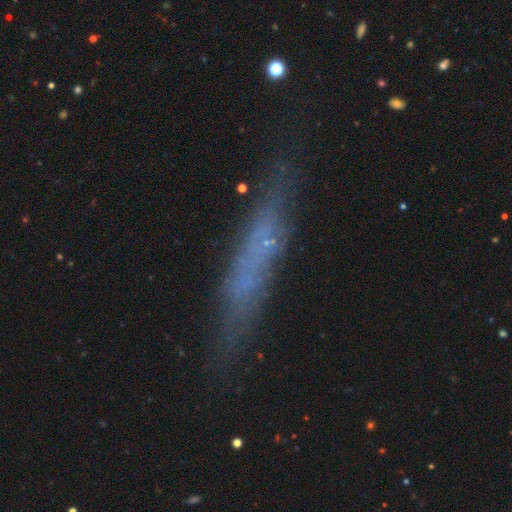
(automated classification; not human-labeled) Q: Smooth or featured?
A: featured or disk (45%); runner-up: smooth (37%)
Q: Merging?
A: none (78%); runner-up: minor disturbance (15%)